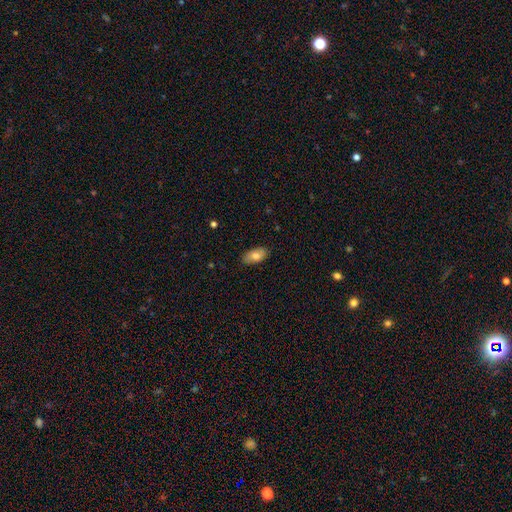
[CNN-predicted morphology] Smooth or featured?
  - smooth: 78% *
  - featured or disk: 16%
  - star or artifact: 7%
How rounded?
  - in between: 92% *
  - cigar-shaped: 5%
  - round: 3%
Merging?
  - none: 82% *
  - minor disturbance: 14%
  - major disturbance: 2%
  - merger: 1%